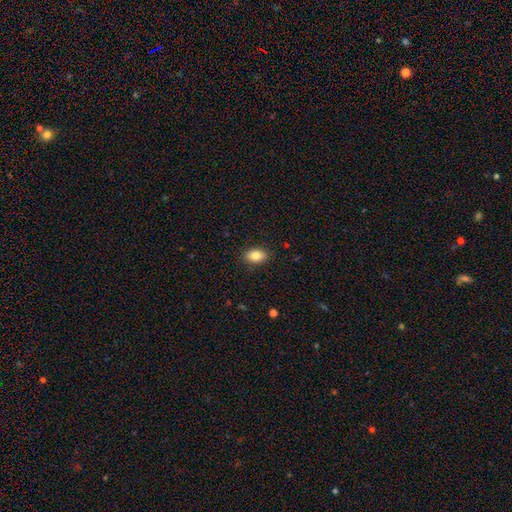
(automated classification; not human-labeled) smooth_or_featured: smooth (p=0.86) [alt: star or artifact p=0.08]
how_rounded: in between (p=0.87) [alt: round p=0.11]
merging: none (p=0.88) [alt: minor disturbance p=0.09]